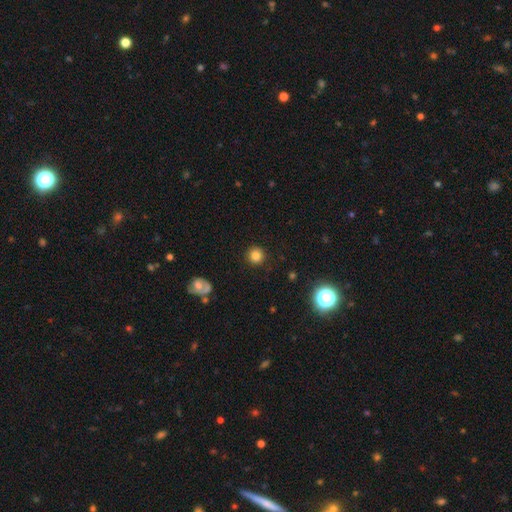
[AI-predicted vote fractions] A smooth galaxy with no disk features (83%) that is round (94%). Merging: none (91%).